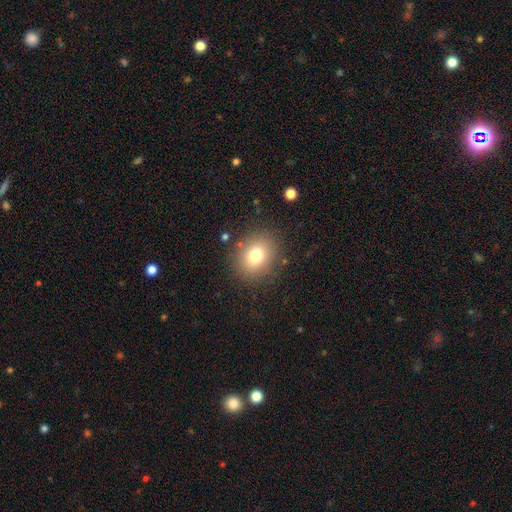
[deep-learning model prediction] Smooth or featured? Predicted: smooth (p=0.76). How rounded? Predicted: round (p=0.59). Merging? Predicted: none (p=0.84).